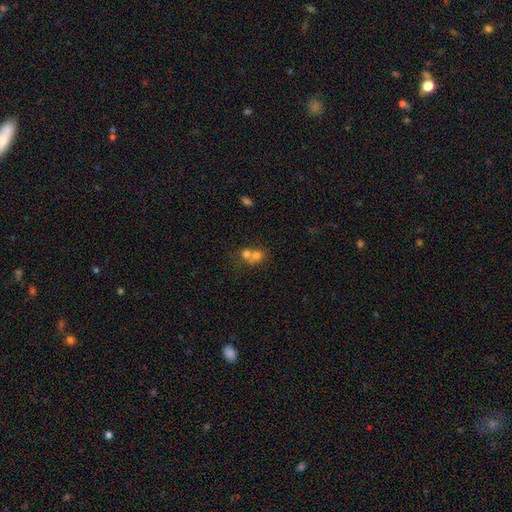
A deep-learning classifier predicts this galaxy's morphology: smooth_or_featured: smooth (p=0.69) [alt: featured or disk p=0.18]
how_rounded: round (p=0.75) [alt: in between p=0.24]
merging: merger (p=0.65) [alt: none p=0.27]